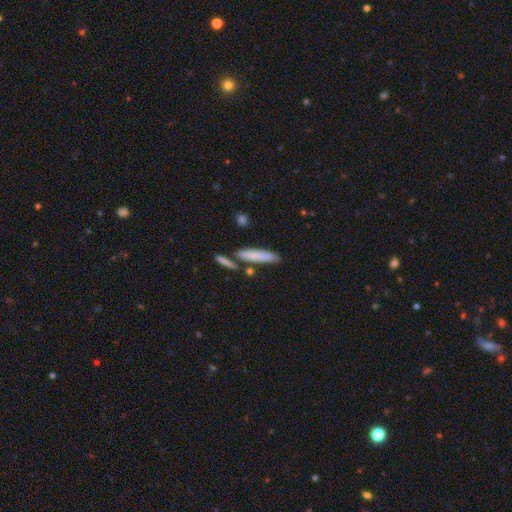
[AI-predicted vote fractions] A smooth galaxy with no disk features (74%) that is cigar-shaped (81%).

Vote fractions:
- Smooth or featured? smooth: 74% / featured or disk: 19% / star or artifact: 7%
- How rounded? cigar-shaped: 81% / in between: 17% / round: 2%
- Merging? none: 68% / minor disturbance: 14% / merger: 14% / major disturbance: 4%